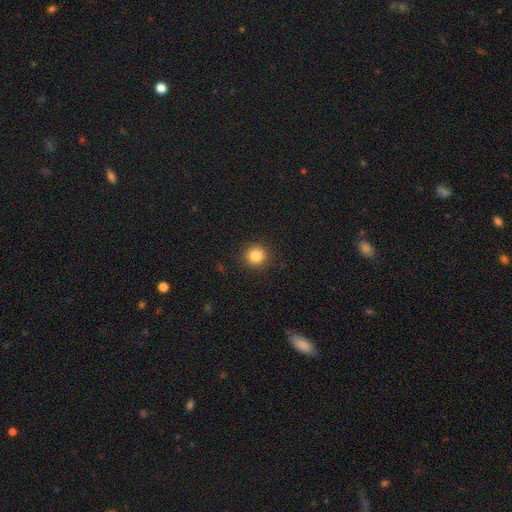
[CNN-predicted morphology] Smooth or featured? smooth (84%)
How rounded? round (94%)
Merging? none (92%)